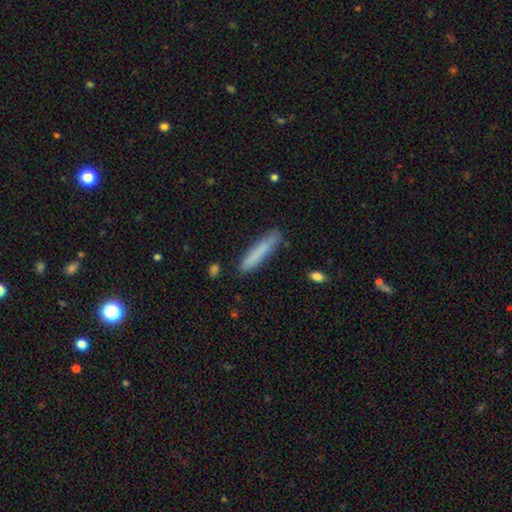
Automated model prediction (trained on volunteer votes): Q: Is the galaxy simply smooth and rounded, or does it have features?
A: smooth — 81%.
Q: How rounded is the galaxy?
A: cigar-shaped — 91%.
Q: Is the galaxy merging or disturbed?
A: none — 82%.